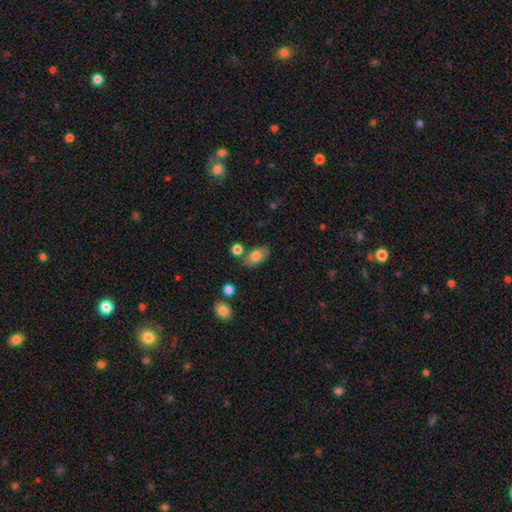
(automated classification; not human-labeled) This is likely a smooth galaxy (78%). How rounded: clearly in between (90%). Merging: likely none (70%).